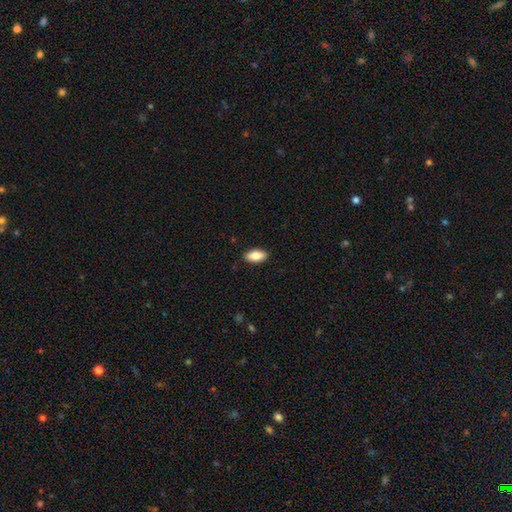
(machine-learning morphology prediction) This is clearly a smooth galaxy (82%). How rounded: clearly in between (91%). Merging: clearly none (89%).